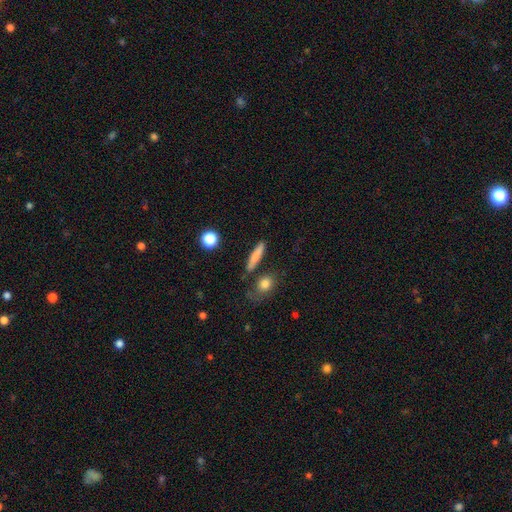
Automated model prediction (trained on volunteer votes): Overall: smooth (77%). How rounded: cigar-shaped (83%). Merging: none (80%).